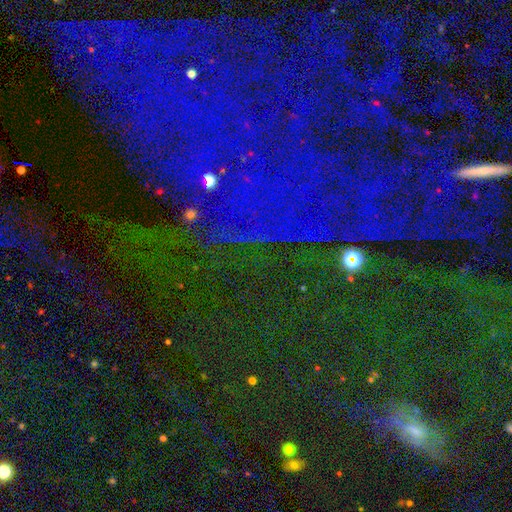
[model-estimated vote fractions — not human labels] Q: Smooth or featured?
A: star or artifact (82%); runner-up: smooth (9%)